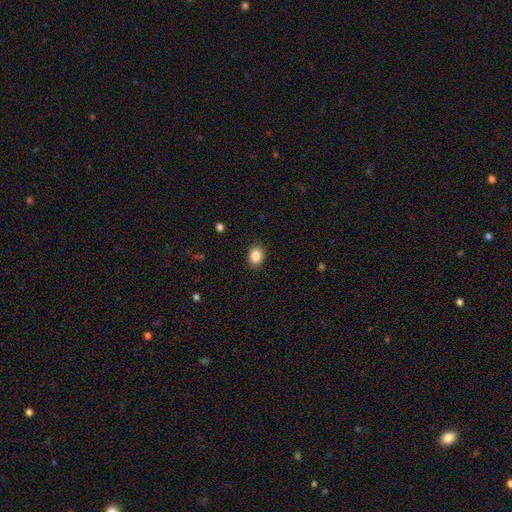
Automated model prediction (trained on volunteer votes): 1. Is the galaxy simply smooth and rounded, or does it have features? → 87% smooth, 9% star or artifact, 4% featured or disk.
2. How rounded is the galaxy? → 53% in between, 46% round, 1% cigar-shaped.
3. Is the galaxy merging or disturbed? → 89% none, 7% minor disturbance, 2% major disturbance, 1% merger.